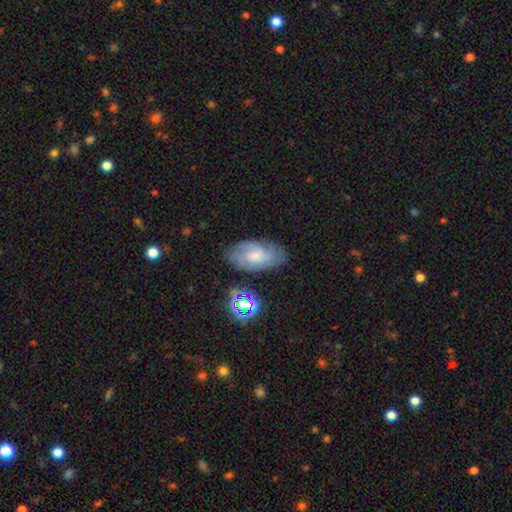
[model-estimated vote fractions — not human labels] Smooth or featured?
  - featured or disk: 58% *
  - smooth: 31%
  - star or artifact: 10%
Edge-on disk?
  - no: 94% *
  - yes: 6%
Bar?
  - no: 66% *
  - weak: 30%
  - strong: 4%
Spiral arms?
  - yes: 88% *
  - no: 12%
Bulge size?
  - small: 55% *
  - moderate: 33%
  - none: 7%
  - large: 4%
  - dominant: 1%
Merging?
  - none: 73% *
  - minor disturbance: 19%
  - major disturbance: 6%
  - merger: 3%